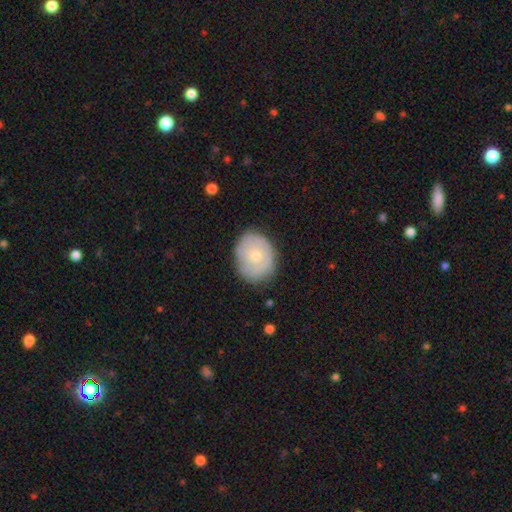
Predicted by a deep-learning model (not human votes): A smooth galaxy with no disk features (62%) that is in between round and cigar-shaped (50%). Merging: none (75%).